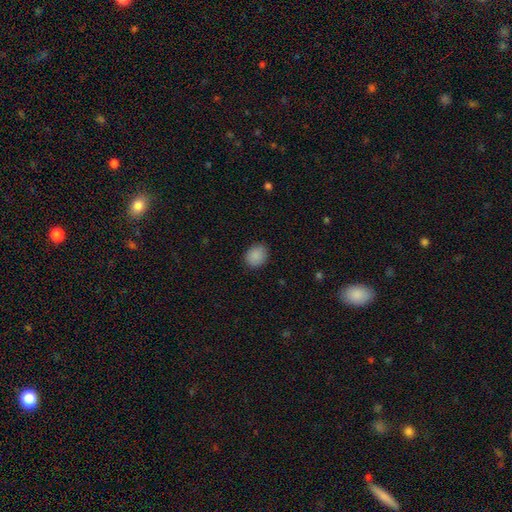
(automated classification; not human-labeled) Morphology: type=smooth (89%); roundness=round (54%); merging=none (87%).